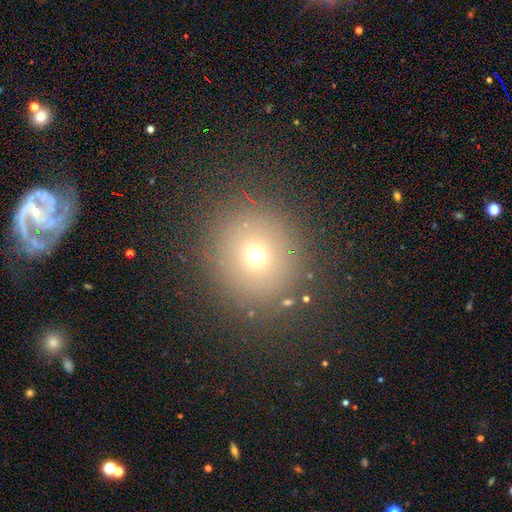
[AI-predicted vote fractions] smooth_or_featured: smooth (p=0.68) [alt: star or artifact p=0.21]
how_rounded: round (p=0.89) [alt: in between p=0.10]
merging: none (p=0.85) [alt: minor disturbance p=0.08]